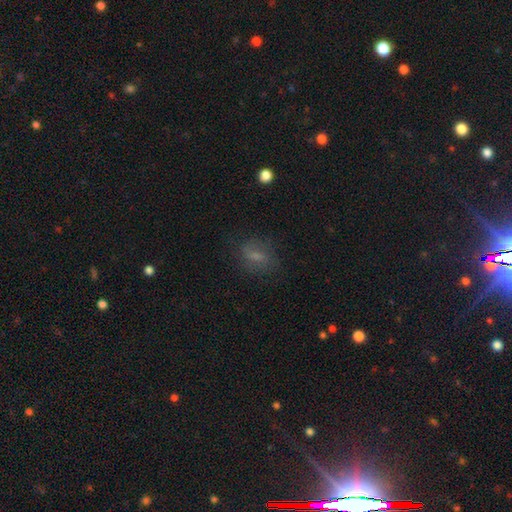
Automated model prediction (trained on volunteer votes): smooth 60%, featured or disk 25%, star or artifact 15%. Down the decision tree: how rounded — in between (65%); merging — none (73%).